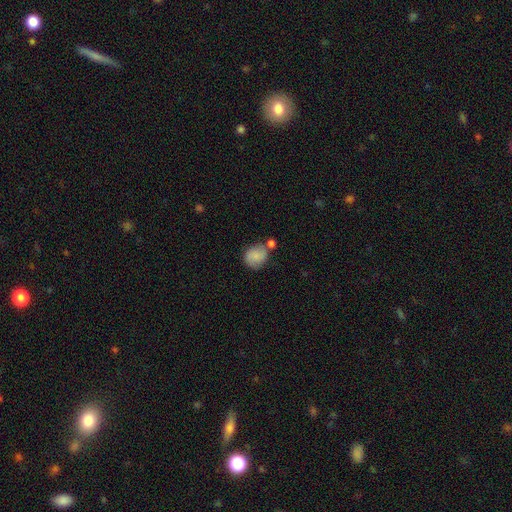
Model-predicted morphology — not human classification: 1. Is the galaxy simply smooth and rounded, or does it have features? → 78% smooth, 14% featured or disk, 8% star or artifact.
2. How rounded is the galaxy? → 72% round, 26% in between, 1% cigar-shaped.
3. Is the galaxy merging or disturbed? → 54% none, 22% merger, 18% minor disturbance, 6% major disturbance.